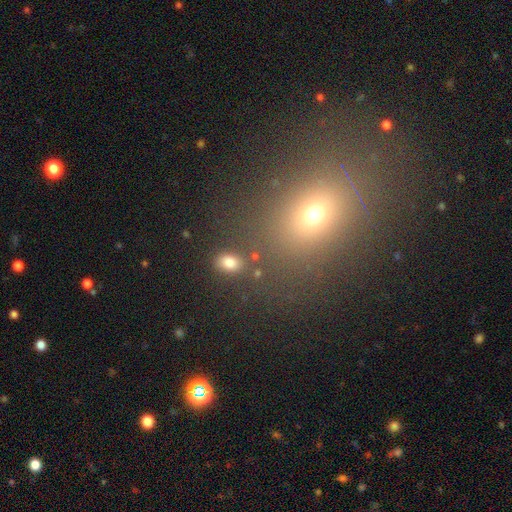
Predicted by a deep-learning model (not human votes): Smooth or featured?
  - smooth: 70% *
  - star or artifact: 21%
  - featured or disk: 9%
How rounded?
  - in between: 70% *
  - round: 27%
  - cigar-shaped: 2%
Merging?
  - none: 80% *
  - minor disturbance: 9%
  - merger: 6%
  - major disturbance: 4%